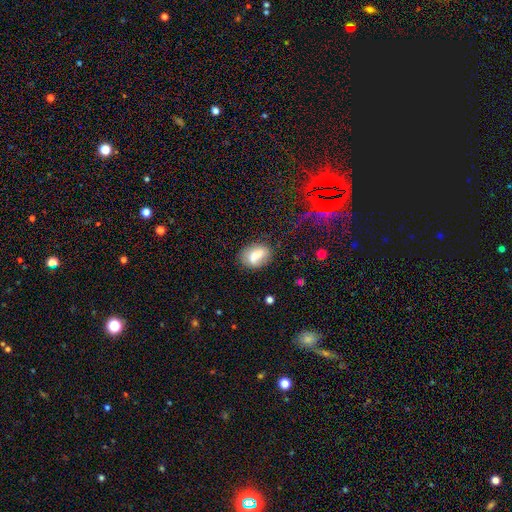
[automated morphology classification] Q: Smooth or featured?
A: smooth (70%); runner-up: featured or disk (20%)
Q: How rounded?
A: in between (78%); runner-up: round (20%)
Q: Merging?
A: none (64%); runner-up: minor disturbance (24%)